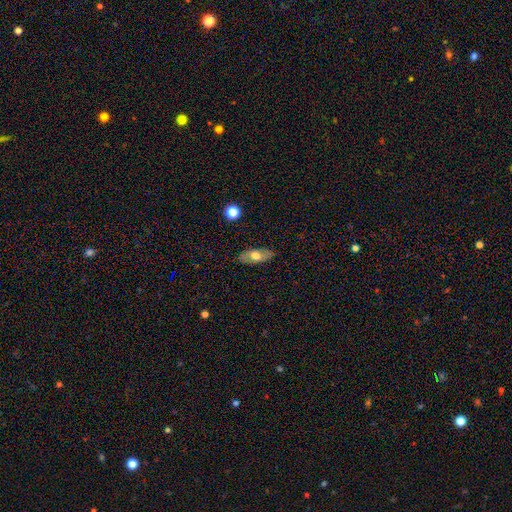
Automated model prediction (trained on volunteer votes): Smooth or featured? smooth (63%)
How rounded? in between (83%)
Merging? none (85%)